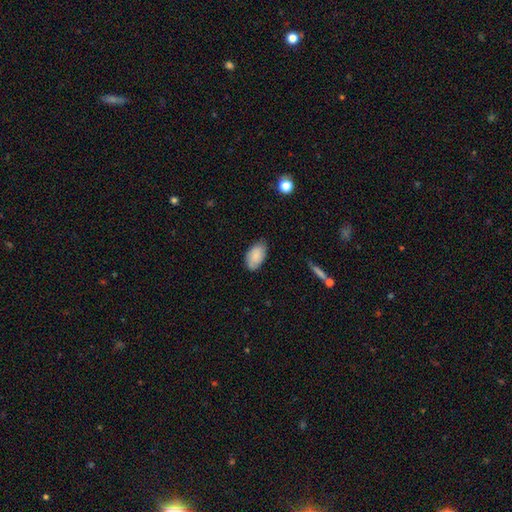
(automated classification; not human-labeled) A smooth galaxy with no disk features (83%) that is in between round and cigar-shaped (94%).

Vote fractions:
- Smooth or featured? smooth: 83% / featured or disk: 10% / star or artifact: 7%
- How rounded? in between: 94% / round: 4% / cigar-shaped: 2%
- Merging? none: 74% / minor disturbance: 22% / major disturbance: 3% / merger: 1%